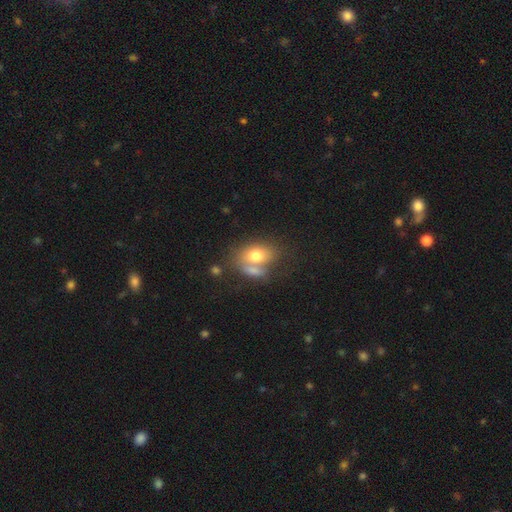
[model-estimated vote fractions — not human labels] Overall: smooth (72%). How rounded: in between (73%). Merging: merger (42%; none 35%).